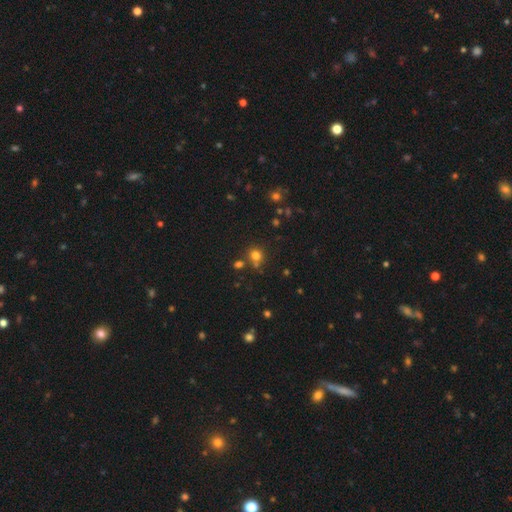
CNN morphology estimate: smooth 75%, star or artifact 18%, featured or disk 7%. Down the decision tree: how rounded — round (83%); merging — none (66%).